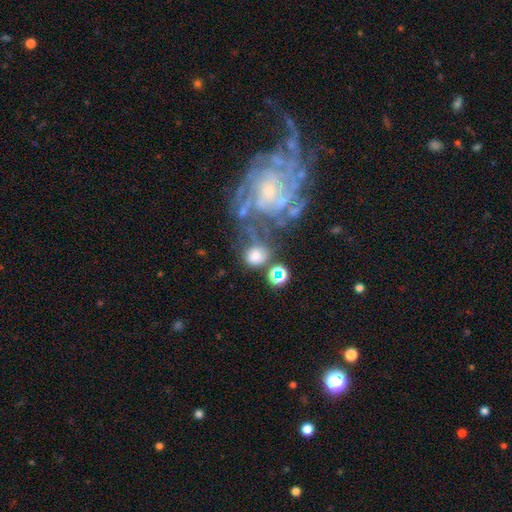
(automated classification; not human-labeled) A smooth galaxy with no disk features (51%) that is round (76%). Merging: none (41%).